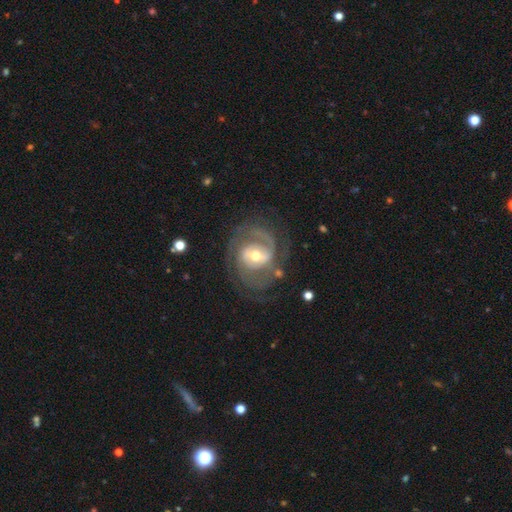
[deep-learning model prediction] A featured or disk galaxy (88%) with a weak bar (44%), 2 (51%) tight (53%) spiral arms (95%) and a moderate central bulge (65%).

Vote fractions:
- Smooth or featured? featured or disk: 88% / smooth: 7% / star or artifact: 5%
- Edge-on disk? no: 98% / yes: 2%
- Bar? weak: 44% / no: 35% / strong: 20%
- Spiral arms? yes: 95% / no: 5%
- Spiral winding? tight: 53% / medium: 37% / loose: 10%
- Spiral arm count? 2: 51% / 3: 17% / can't tell: 17% / 1: 7% / 4: 4% / more than 4: 3%
- Bulge size? moderate: 65% / small: 27% / large: 6% / none: 1% / dominant: 1%
- Merging? none: 67% / minor disturbance: 17% / major disturbance: 13% / merger: 2%